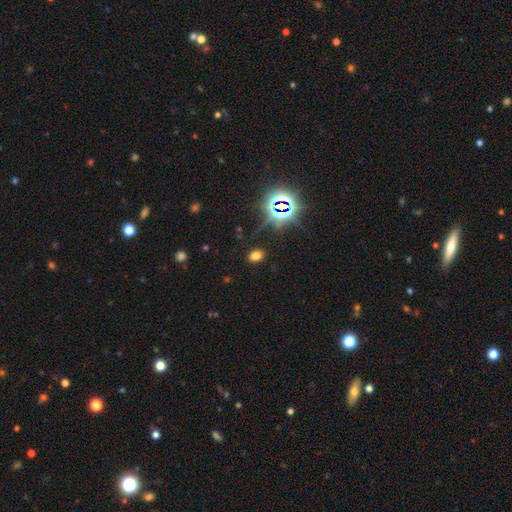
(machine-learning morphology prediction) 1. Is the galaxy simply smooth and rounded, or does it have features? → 65% smooth, 28% star or artifact, 7% featured or disk.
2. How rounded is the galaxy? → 83% in between, 15% round, 2% cigar-shaped.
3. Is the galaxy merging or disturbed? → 86% none, 9% minor disturbance, 4% major disturbance, 2% merger.